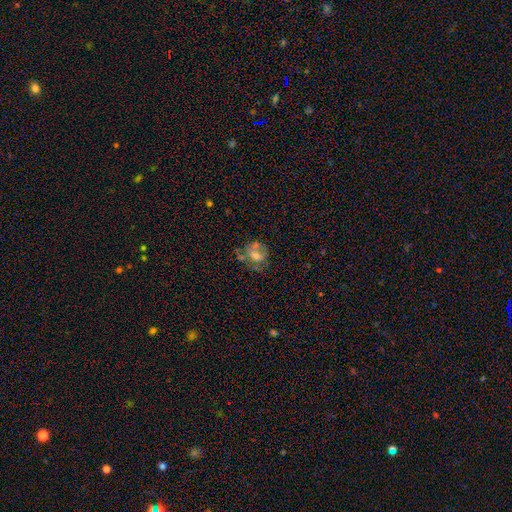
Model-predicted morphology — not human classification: Q: Smooth or featured?
A: featured or disk (45%); runner-up: smooth (40%)
Q: Merging?
A: none (39%); runner-up: major disturbance (25%)